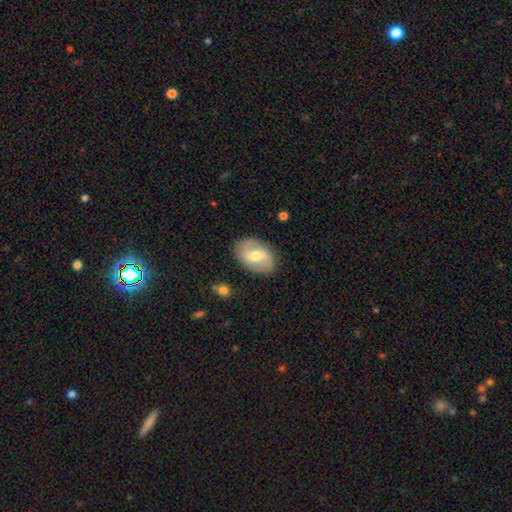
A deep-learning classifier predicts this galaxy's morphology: type=featured or disk (58%); edge-on=no (94%); bar=weak (51%); spiral arms=yes (65%); bulge=moderate (66%); merging=none (84%).